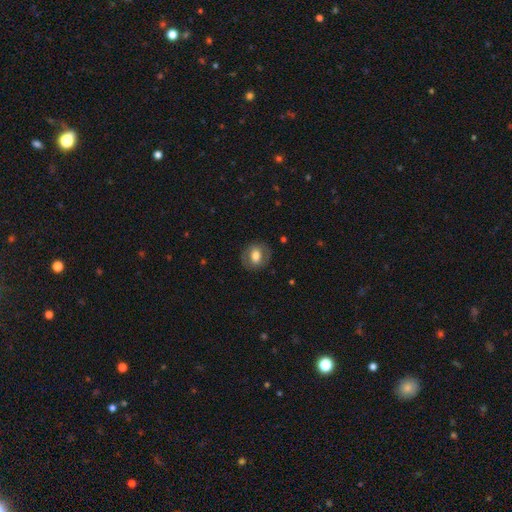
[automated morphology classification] Smooth or featured? smooth (60%)
How rounded? round (58%)
Merging? none (81%)